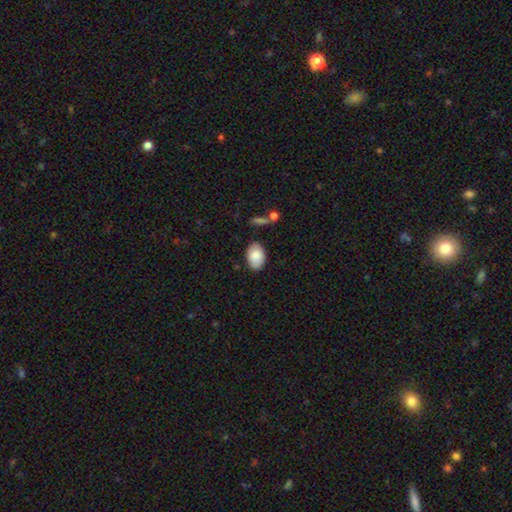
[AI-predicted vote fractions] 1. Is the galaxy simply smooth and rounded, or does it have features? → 84% smooth, 9% featured or disk, 6% star or artifact.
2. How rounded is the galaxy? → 90% in between, 9% round, 1% cigar-shaped.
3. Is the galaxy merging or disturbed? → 81% none, 14% minor disturbance, 3% major disturbance, 2% merger.